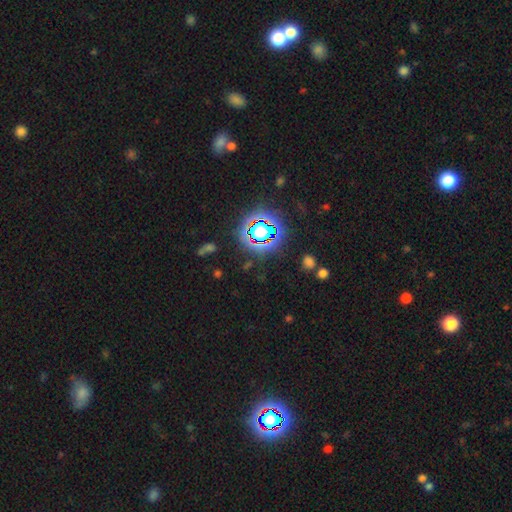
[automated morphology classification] star or artifact 81%, smooth 12%, featured or disk 7%.